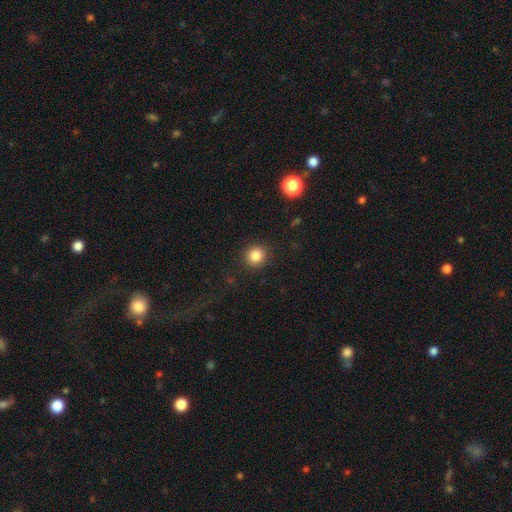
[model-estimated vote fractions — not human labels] Morphology: type=smooth (84%); roundness=round (90%); merging=none (90%).